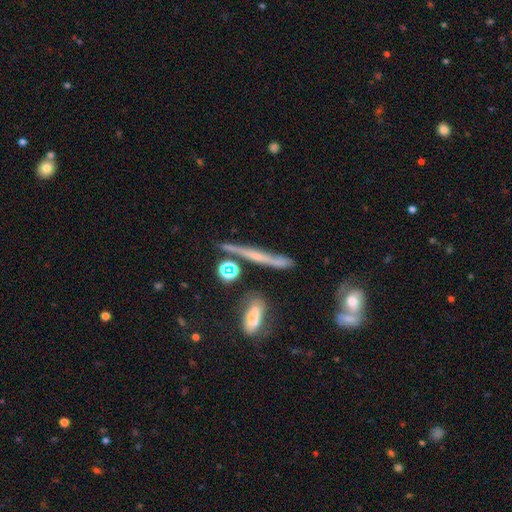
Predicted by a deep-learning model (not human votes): This is possibly a featured or disk galaxy (56%). It is clearly viewed edge-on (86%). Merging: likely none (66%).